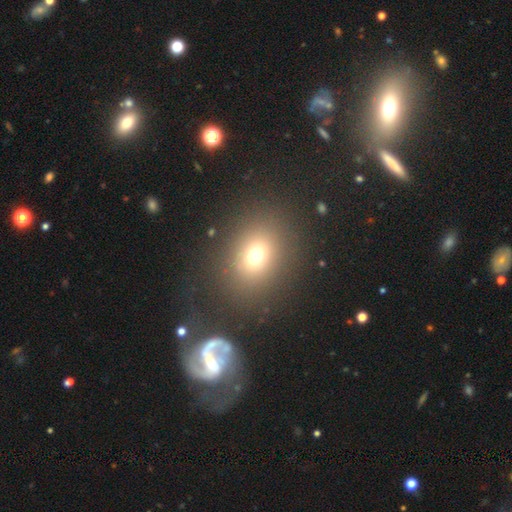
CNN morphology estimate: type=smooth (69%); roundness=round (59%); merging=none (83%).